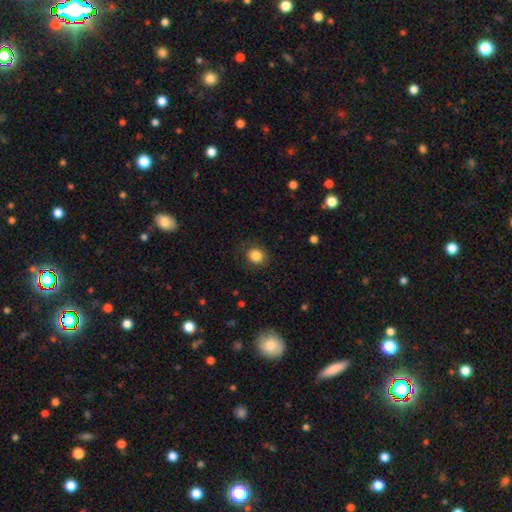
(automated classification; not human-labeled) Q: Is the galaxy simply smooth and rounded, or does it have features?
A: smooth — 85%.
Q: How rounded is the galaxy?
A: round — 68%.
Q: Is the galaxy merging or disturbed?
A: none — 82%.